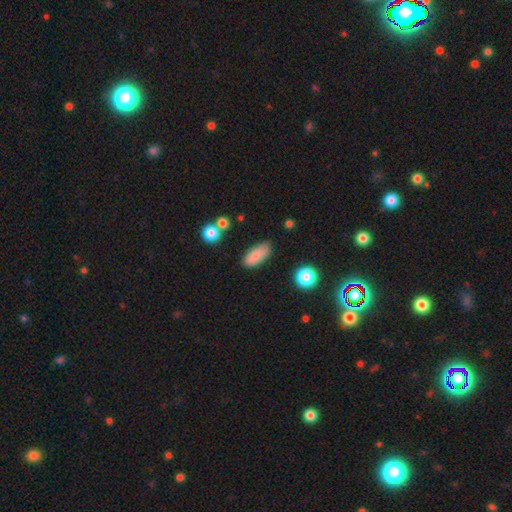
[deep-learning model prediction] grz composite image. It shows a smooth galaxy with no disk features (84%) that is in between round and cigar-shaped (85%). Merging: none (80%).